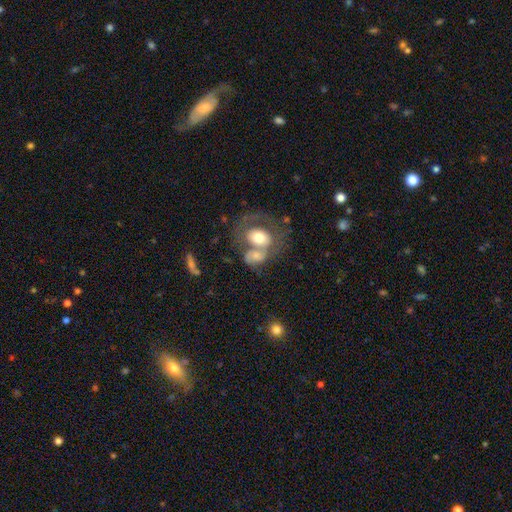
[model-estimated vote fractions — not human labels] A smooth galaxy with no disk features (51%) that is in between round and cigar-shaped (59%).

Vote fractions:
- Smooth or featured? smooth: 51% / featured or disk: 40% / star or artifact: 8%
- How rounded? in between: 59% / round: 39% / cigar-shaped: 2%
- Merging? merger: 59% / none: 20% / major disturbance: 12% / minor disturbance: 9%